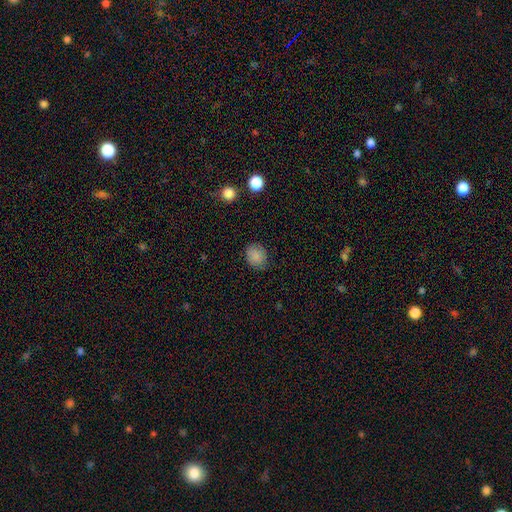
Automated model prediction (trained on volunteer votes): Smooth or featured? smooth (85%)
How rounded? round (68%)
Merging? none (80%)